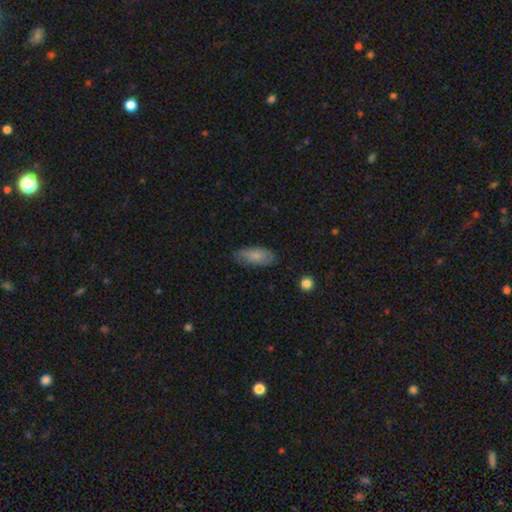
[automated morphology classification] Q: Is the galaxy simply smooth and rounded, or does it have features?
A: smooth — 76%.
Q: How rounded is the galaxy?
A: in between — 88%.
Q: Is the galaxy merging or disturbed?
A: none — 74%.